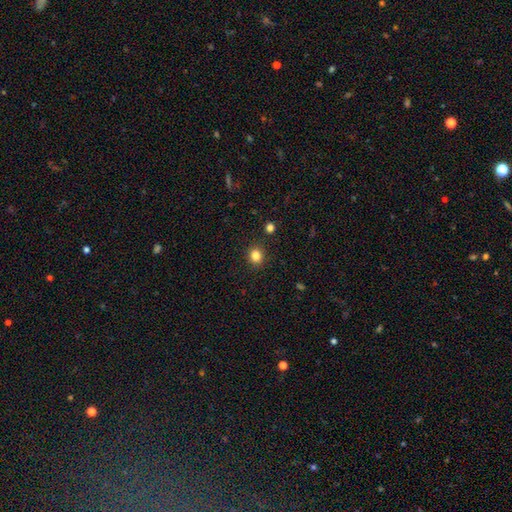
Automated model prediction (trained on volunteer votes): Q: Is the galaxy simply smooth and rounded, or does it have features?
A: smooth — 83%.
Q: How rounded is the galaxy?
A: round — 80%.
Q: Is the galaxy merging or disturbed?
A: none — 90%.